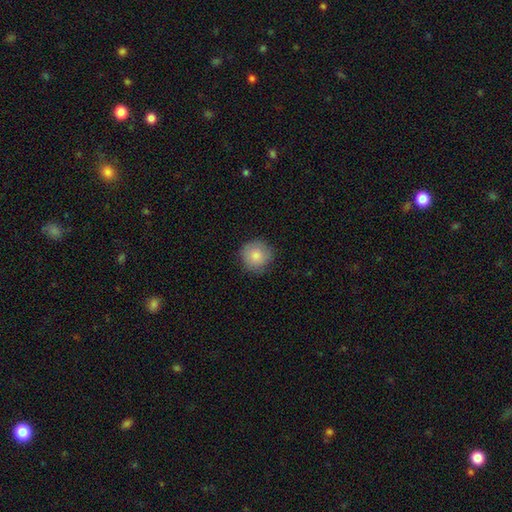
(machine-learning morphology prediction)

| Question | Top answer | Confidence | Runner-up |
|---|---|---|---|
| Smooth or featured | smooth | 84% | featured or disk (9%) |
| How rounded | round | 94% | in between (5%) |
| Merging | none | 82% | minor disturbance (14%) |